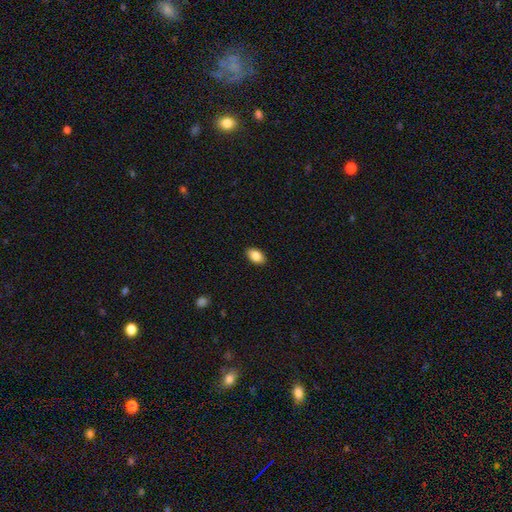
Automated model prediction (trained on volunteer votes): Smooth or featured?
  - smooth: 87% *
  - star or artifact: 7%
  - featured or disk: 6%
How rounded?
  - in between: 92% *
  - round: 6%
  - cigar-shaped: 2%
Merging?
  - none: 89% *
  - minor disturbance: 8%
  - major disturbance: 2%
  - merger: 1%